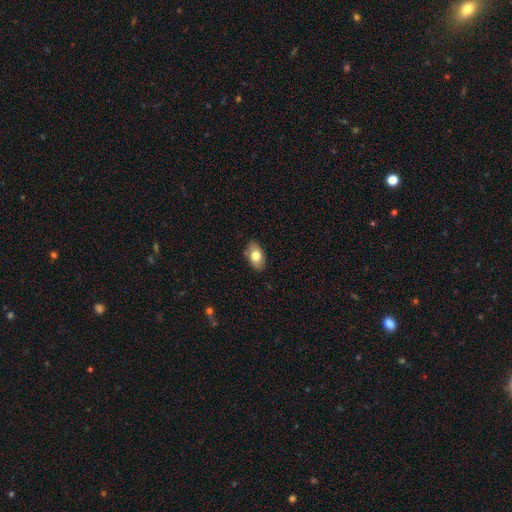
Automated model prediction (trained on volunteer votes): smooth-or-featured: smooth: 76% | featured or disk: 17% | star or artifact: 7%
  how-rounded: in between: 91% | round: 8% | cigar-shaped: 2%
  merging: none: 85% | minor disturbance: 12% | major disturbance: 2% | merger: 2%